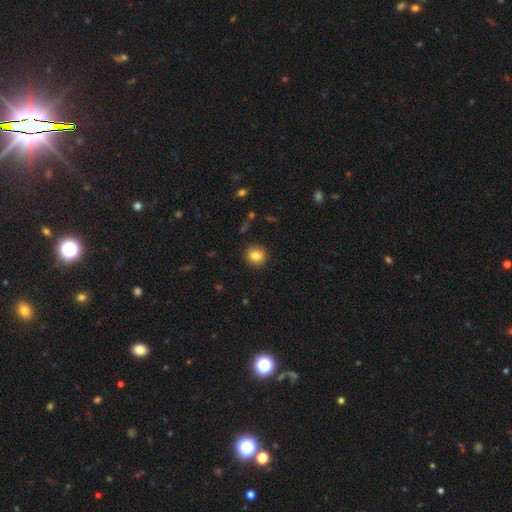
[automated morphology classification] Smooth or featured? Predicted: smooth (p=0.84). How rounded? Predicted: round (p=0.86). Merging? Predicted: none (p=0.90).